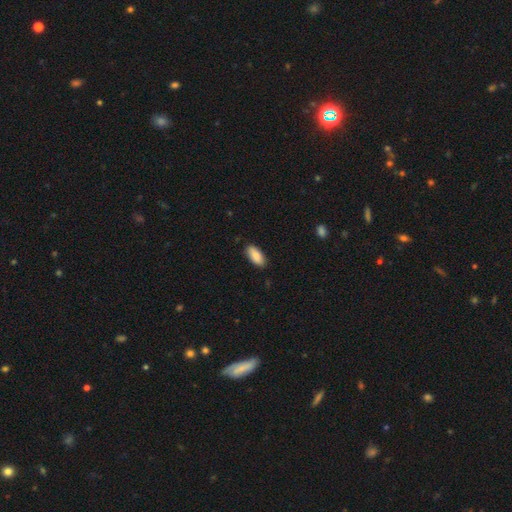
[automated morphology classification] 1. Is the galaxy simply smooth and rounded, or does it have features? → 87% smooth, 7% featured or disk, 6% star or artifact.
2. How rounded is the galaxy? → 88% in between, 10% cigar-shaped, 2% round.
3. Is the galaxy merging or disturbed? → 85% none, 11% minor disturbance, 2% major disturbance, 1% merger.